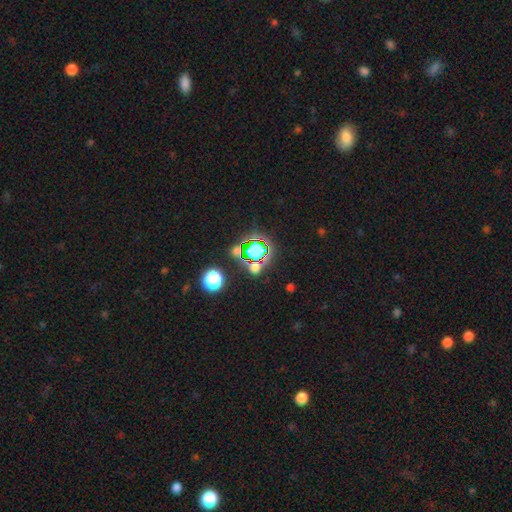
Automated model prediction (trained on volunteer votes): Morphology: type=star or artifact (61%).